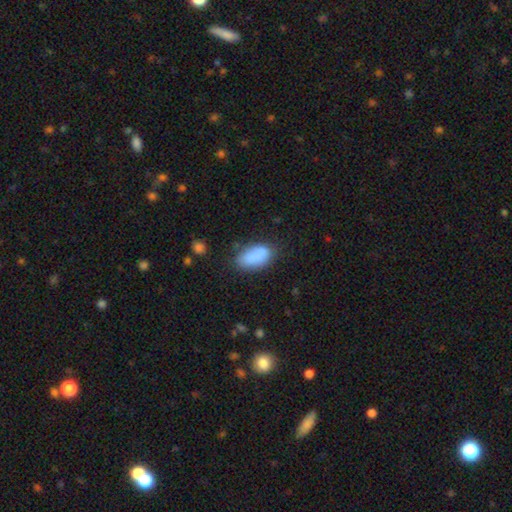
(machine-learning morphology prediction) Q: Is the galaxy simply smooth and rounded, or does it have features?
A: smooth — 86%.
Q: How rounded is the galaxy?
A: in between — 93%.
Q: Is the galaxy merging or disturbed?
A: none — 70%.